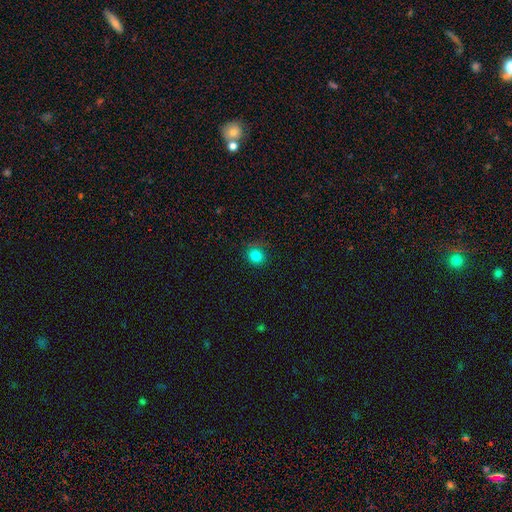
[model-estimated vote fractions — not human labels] smooth_or_featured: smooth (p=0.83) [alt: star or artifact p=0.13]
how_rounded: round (p=0.83) [alt: in between p=0.16]
merging: none (p=0.82) [alt: minor disturbance p=0.13]